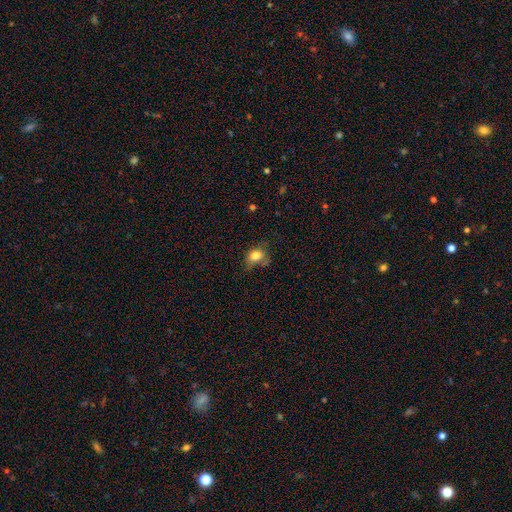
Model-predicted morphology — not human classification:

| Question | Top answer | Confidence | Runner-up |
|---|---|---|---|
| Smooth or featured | smooth | 78% | featured or disk (12%) |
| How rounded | in between | 58% | round (41%) |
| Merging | none | 45% | minor disturbance (33%) |